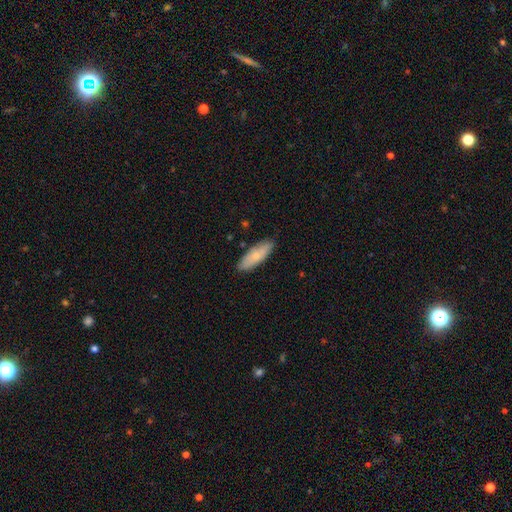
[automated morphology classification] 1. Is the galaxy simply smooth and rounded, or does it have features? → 67% smooth, 27% featured or disk, 6% star or artifact.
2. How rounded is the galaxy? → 63% in between, 34% cigar-shaped, 2% round.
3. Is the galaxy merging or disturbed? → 86% none, 11% minor disturbance, 2% major disturbance, 1% merger.